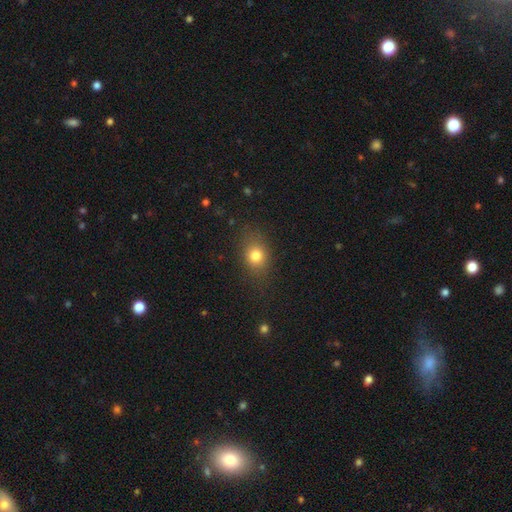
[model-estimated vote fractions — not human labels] Smooth or featured? smooth (78%)
How rounded? in between (51%)
Merging? none (77%)